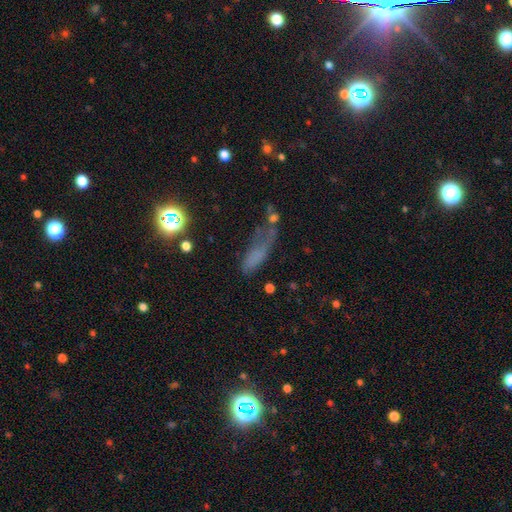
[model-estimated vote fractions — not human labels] A smooth galaxy with no disk features (55%) that is in between round and cigar-shaped (48%). Merging: none (32%).